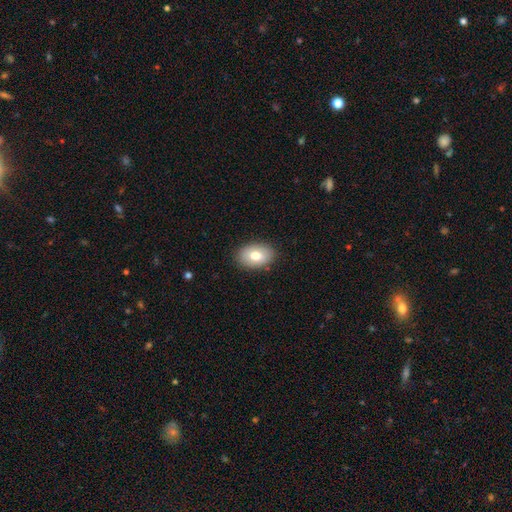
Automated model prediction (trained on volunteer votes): Smooth or featured?
  - smooth: 76% *
  - featured or disk: 17%
  - star or artifact: 8%
How rounded?
  - in between: 85% *
  - round: 14%
  - cigar-shaped: 1%
Merging?
  - none: 87% *
  - minor disturbance: 9%
  - major disturbance: 2%
  - merger: 1%